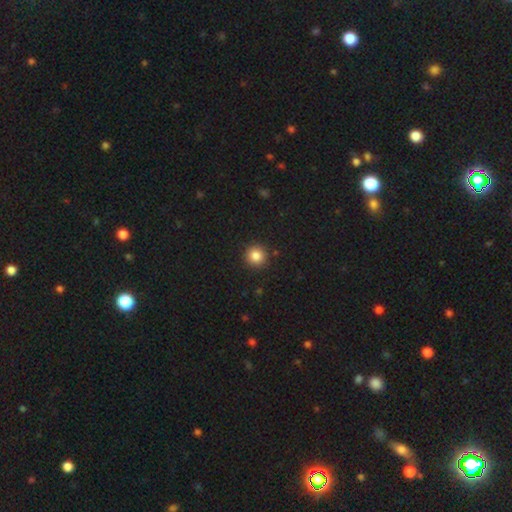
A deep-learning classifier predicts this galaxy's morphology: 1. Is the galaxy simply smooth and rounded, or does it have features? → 84% smooth, 11% star or artifact, 5% featured or disk.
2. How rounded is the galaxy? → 94% round, 5% in between, 1% cigar-shaped.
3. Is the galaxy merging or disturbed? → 91% none, 5% minor disturbance, 2% major disturbance, 1% merger.